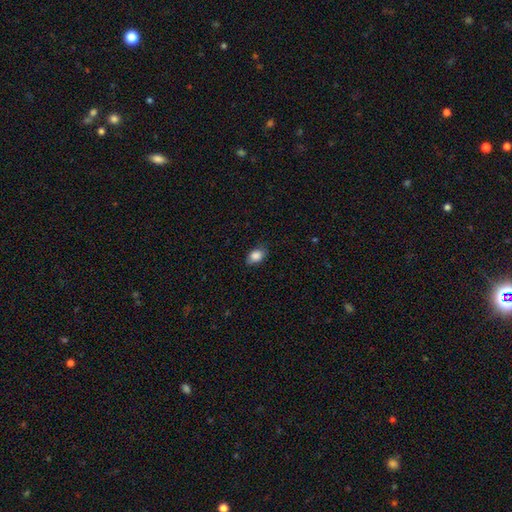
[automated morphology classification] This is clearly a smooth galaxy (86%). How rounded: clearly in between (83%). Merging: likely none (79%).